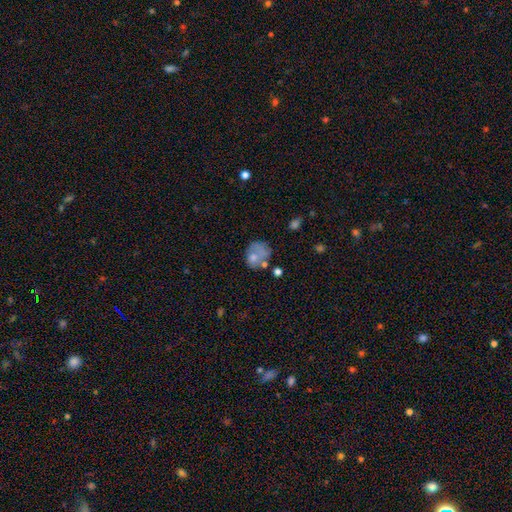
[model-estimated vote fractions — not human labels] smooth-or-featured: smooth: 65% | featured or disk: 25% | star or artifact: 10%
  how-rounded: round: 63% | in between: 36% | cigar-shaped: 1%
  merging: none: 39% | minor disturbance: 24% | major disturbance: 19% | merger: 17%